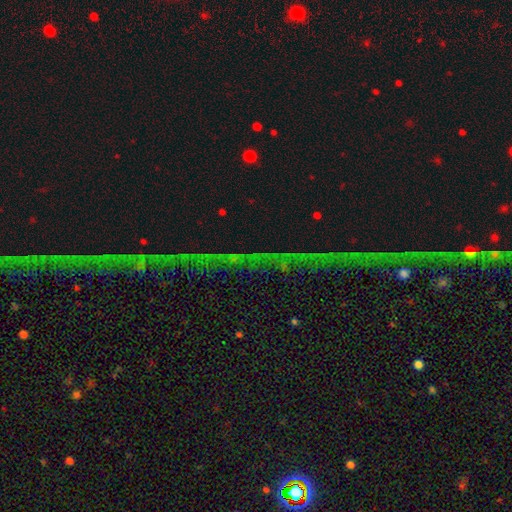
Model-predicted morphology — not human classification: This appears to be a star or artifact, not a galaxy (72%).